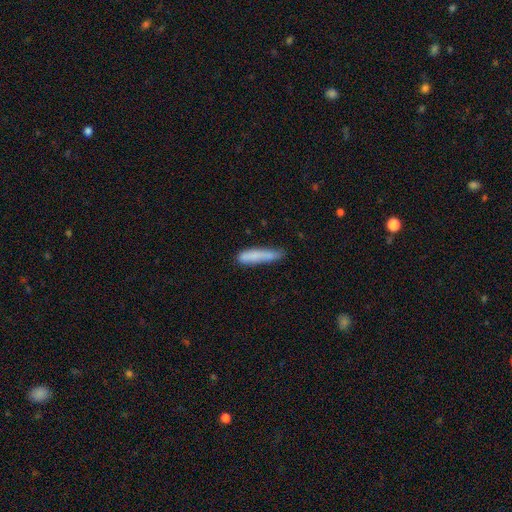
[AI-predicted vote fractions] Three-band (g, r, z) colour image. It shows a smooth galaxy with no disk features (77%) that is cigar-shaped (88%). Merging: none (64%).